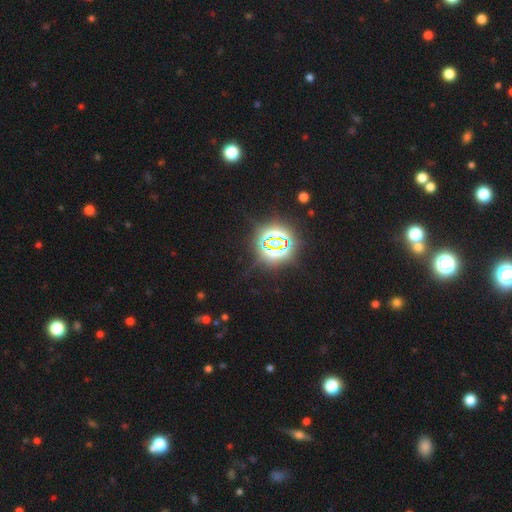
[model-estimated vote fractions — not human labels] This is likely a star or artifact rather than a galaxy (79%).